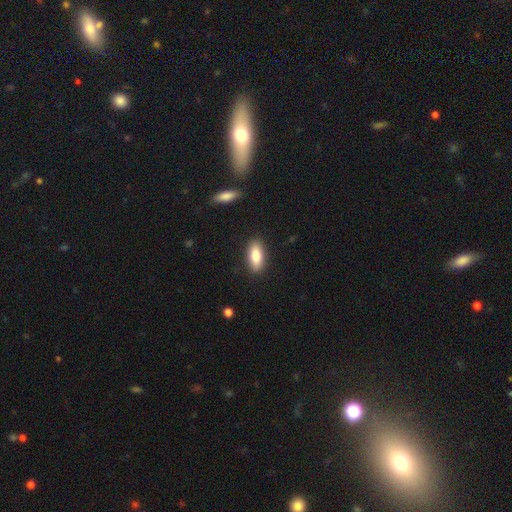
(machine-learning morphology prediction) Overall: smooth (84%). How rounded: in between (82%). Merging: none (88%).